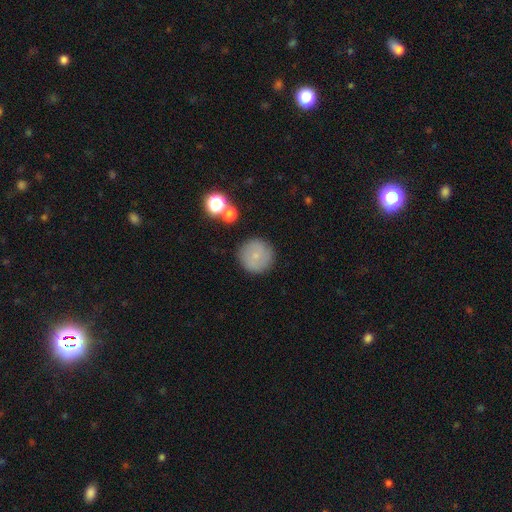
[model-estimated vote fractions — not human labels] The model was most divided on "smooth or featured": smooth: 76%, featured or disk: 15%, star or artifact: 9%. More confident: how rounded — round (96%); merging — none (85%).